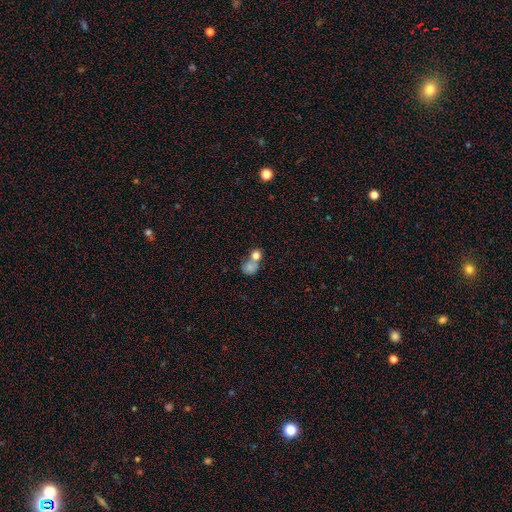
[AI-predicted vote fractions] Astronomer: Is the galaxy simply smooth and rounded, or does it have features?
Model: smooth — 78%.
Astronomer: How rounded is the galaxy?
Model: round — 68%.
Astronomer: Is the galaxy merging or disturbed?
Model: merger — 59%.